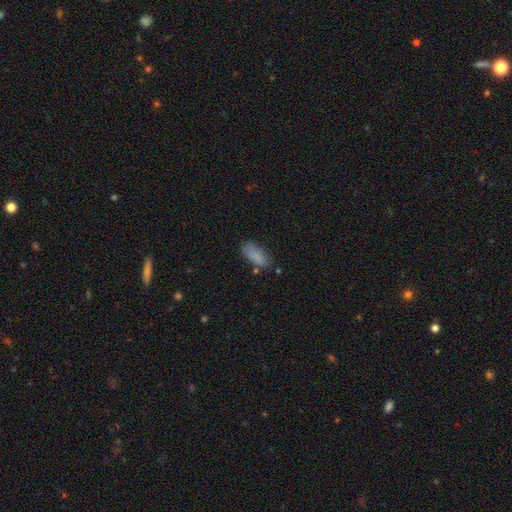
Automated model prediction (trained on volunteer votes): smooth-or-featured: smooth: 83% | star or artifact: 9% | featured or disk: 8%
  how-rounded: in between: 83% | cigar-shaped: 15% | round: 2%
  merging: none: 68% | minor disturbance: 22% | major disturbance: 6% | merger: 4%